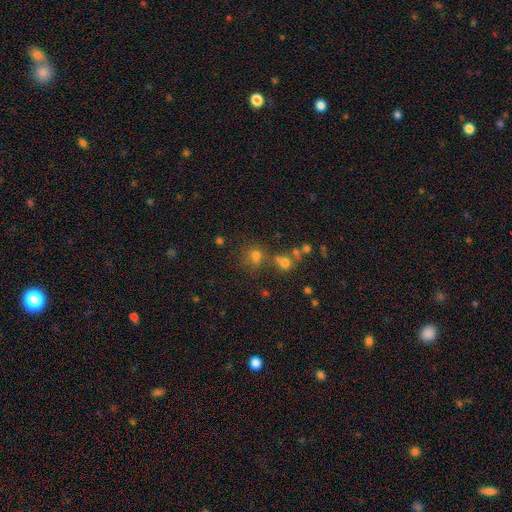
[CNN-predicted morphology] This appears to be a smooth galaxy with no disk features (70%) that is round (81%). Merging: none (60%).